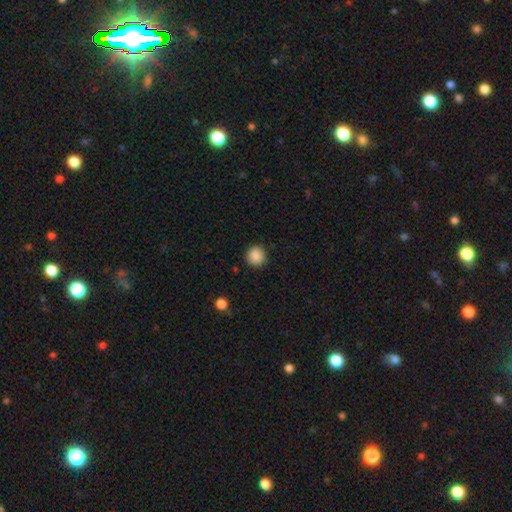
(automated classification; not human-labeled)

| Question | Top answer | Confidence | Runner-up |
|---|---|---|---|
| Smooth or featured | smooth | 88% | star or artifact (9%) |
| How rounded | round | 93% | in between (6%) |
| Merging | none | 90% | minor disturbance (7%) |